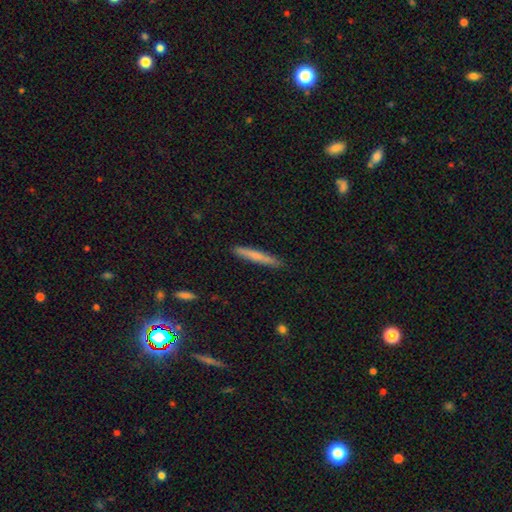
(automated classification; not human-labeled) This is likely a smooth galaxy (66%). How rounded: clearly cigar-shaped (96%). Merging: clearly none (89%).